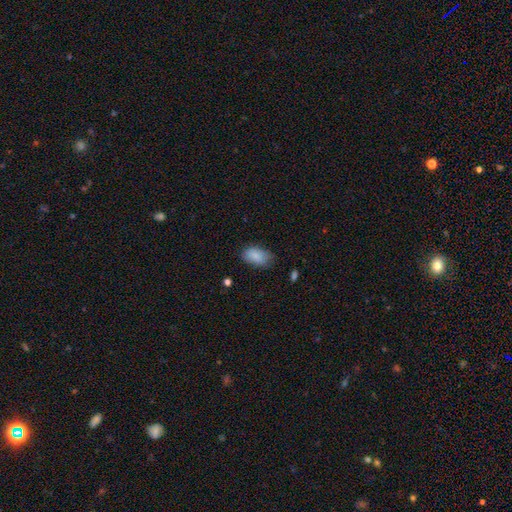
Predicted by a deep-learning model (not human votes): smooth-or-featured: smooth: 86% | featured or disk: 7% | star or artifact: 7%
  how-rounded: in between: 91% | round: 7% | cigar-shaped: 2%
  merging: none: 69% | minor disturbance: 25% | major disturbance: 5% | merger: 1%